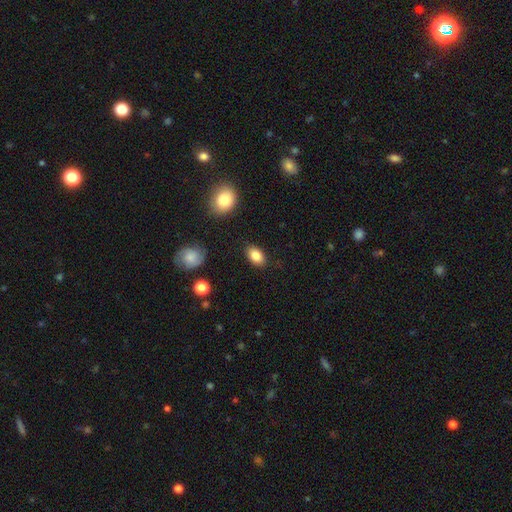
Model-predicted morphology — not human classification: A smooth galaxy with no disk features (85%) that is in between round and cigar-shaped (87%).

Vote fractions:
- Smooth or featured? smooth: 85% / star or artifact: 8% / featured or disk: 6%
- How rounded? in between: 87% / round: 12% / cigar-shaped: 2%
- Merging? none: 86% / minor disturbance: 10% / major disturbance: 2% / merger: 2%